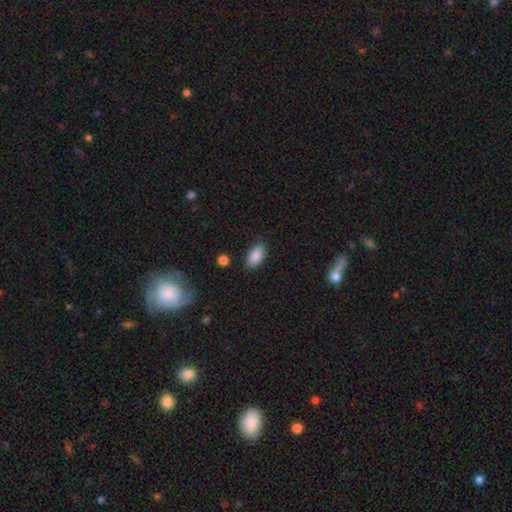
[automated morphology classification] Smooth or featured? smooth (87%)
How rounded? in between (92%)
Merging? none (83%)